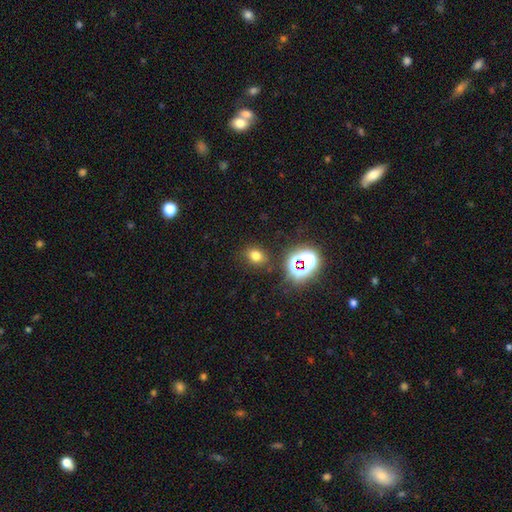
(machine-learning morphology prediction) Q: Smooth or featured?
A: smooth (69%); runner-up: star or artifact (23%)
Q: How rounded?
A: in between (53%); runner-up: round (46%)
Q: Merging?
A: none (82%); runner-up: minor disturbance (11%)